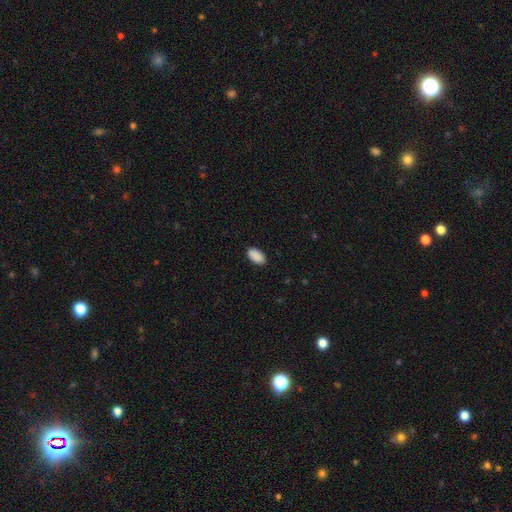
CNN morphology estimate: This appears to be a smooth galaxy with no disk features (91%) that is in between round and cigar-shaped (95%). Merging: none (89%).